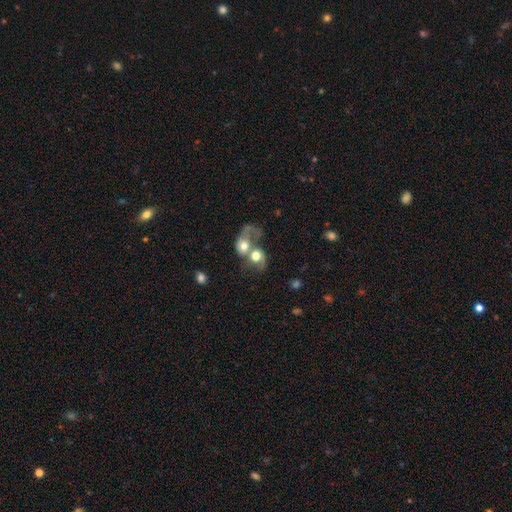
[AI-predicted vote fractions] Morphology: type=smooth (56%); roundness=round (56%); merging=merger (74%).